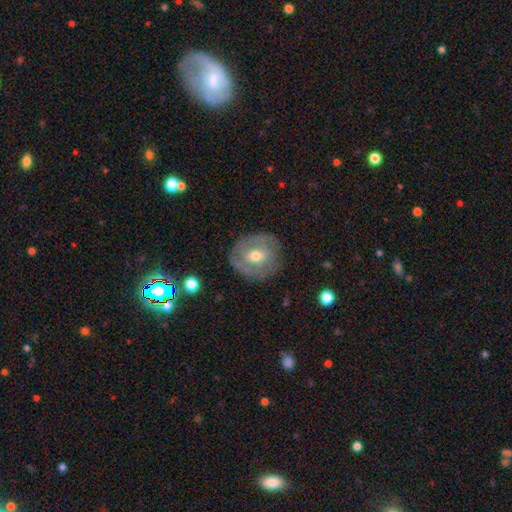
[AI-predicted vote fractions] smooth-or-featured: featured or disk: 62% | smooth: 31% | star or artifact: 7%
  disk-edge-on: no: 95% | yes: 5%
    bar: no: 51% | weak: 37% | strong: 11%
    has-spiral-arms: yes: 67% | no: 33%
    bulge-size: moderate: 68% | small: 27% | large: 3% | none: 1% | dominant: 1%
  merging: none: 80% | minor disturbance: 14% | major disturbance: 5% | merger: 1%